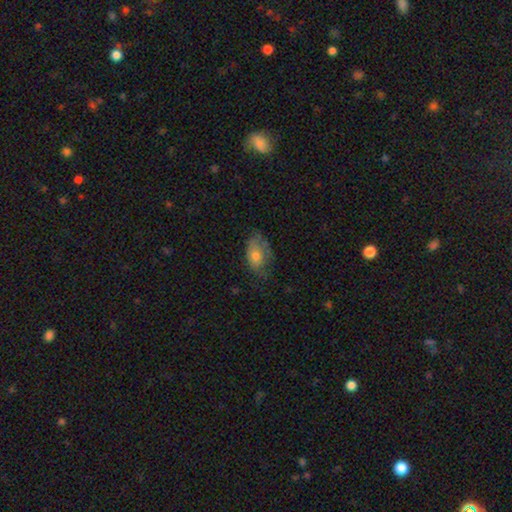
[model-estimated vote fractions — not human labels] This appears to be a smooth galaxy with no disk features (67%) that is in between round and cigar-shaped (88%). Merging: none (46%).